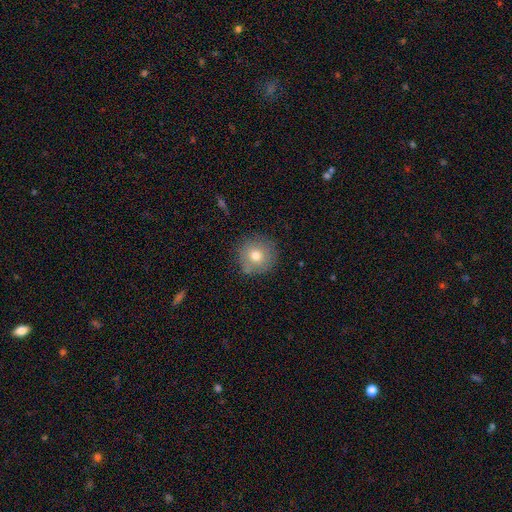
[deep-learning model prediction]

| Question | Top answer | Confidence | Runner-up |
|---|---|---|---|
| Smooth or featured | smooth | 75% | featured or disk (15%) |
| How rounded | round | 93% | in between (6%) |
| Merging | none | 82% | minor disturbance (13%) |